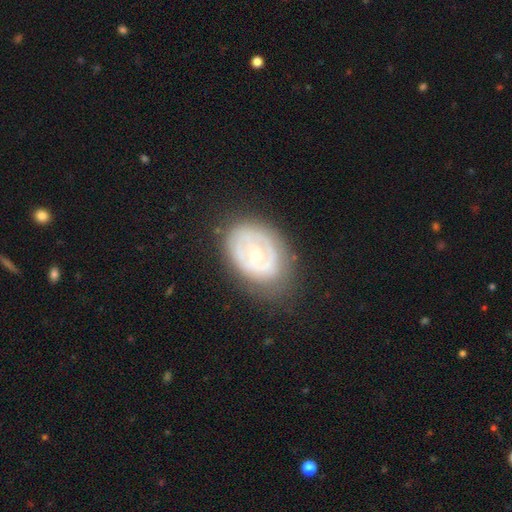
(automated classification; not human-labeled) Smooth or featured? Predicted: featured or disk (p=0.67). Edge-on disk? Predicted: no (p=0.95). Bar? Predicted: no (p=0.78). Spiral arms? Predicted: no (p=0.57). Bulge size? Predicted: small (p=0.53). Merging? Predicted: none (p=0.68).